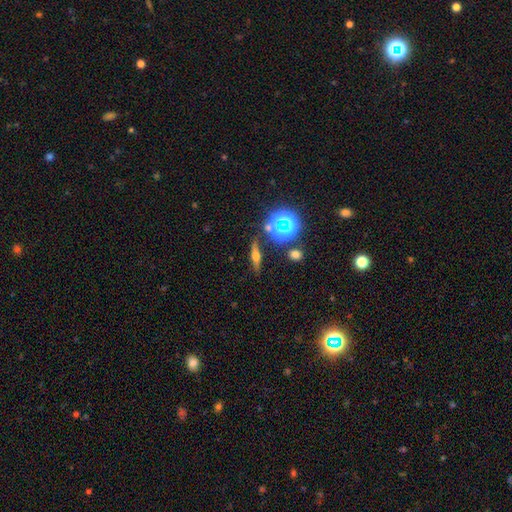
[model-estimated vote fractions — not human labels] Morphology: type=featured or disk (50%); edge-on=yes (87%); merging=none (81%).